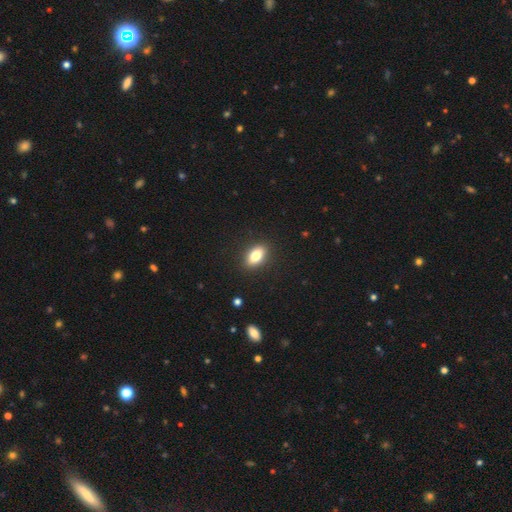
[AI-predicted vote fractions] Morphology: type=smooth (80%); roundness=in between (86%); merging=none (89%).